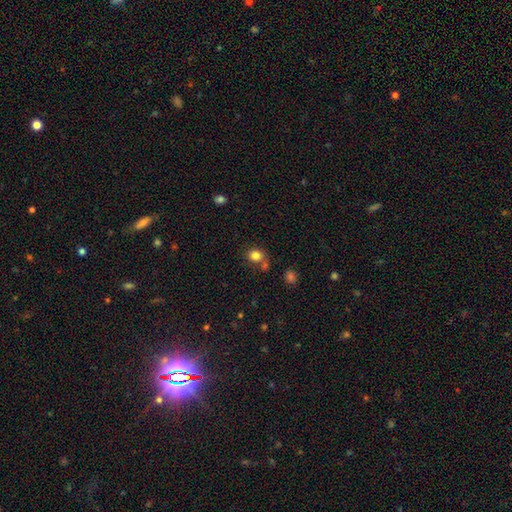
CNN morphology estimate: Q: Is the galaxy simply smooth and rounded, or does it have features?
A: smooth — 83%.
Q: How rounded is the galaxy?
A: round — 63%.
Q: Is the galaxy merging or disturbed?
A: none — 63%.